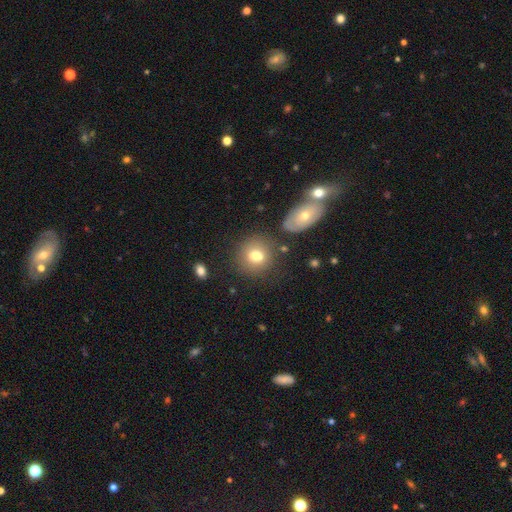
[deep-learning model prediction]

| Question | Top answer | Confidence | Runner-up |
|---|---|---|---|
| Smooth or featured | smooth | 75% | featured or disk (14%) |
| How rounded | round | 81% | in between (18%) |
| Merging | none | 72% | minor disturbance (13%) |